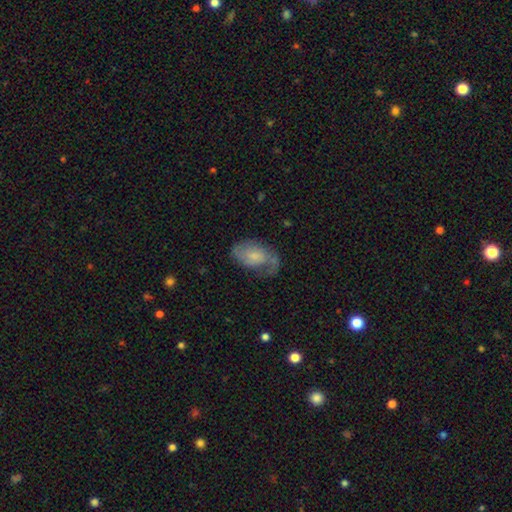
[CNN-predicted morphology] type=featured or disk (52%); edge-on=no (96%); bar=no (64%); spiral arms=yes (81%); bulge=small (41%); merging=none (44%).